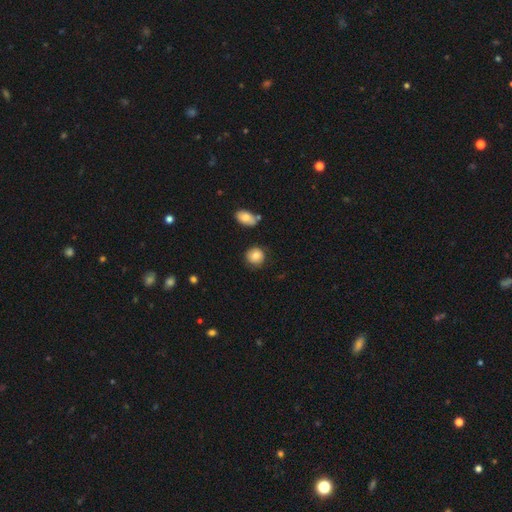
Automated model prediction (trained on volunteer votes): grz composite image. It shows a smooth galaxy with no disk features (81%) that is round (86%). Merging: none (79%).